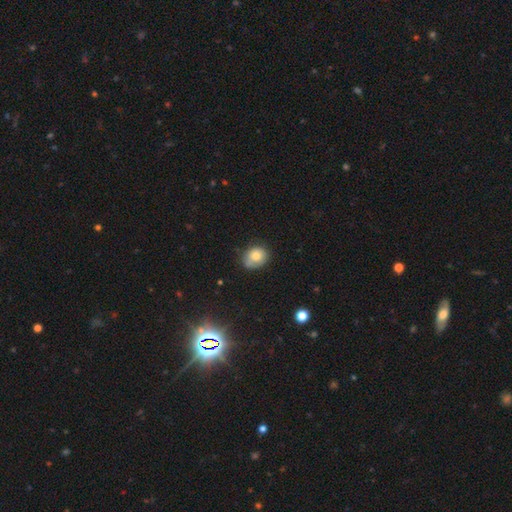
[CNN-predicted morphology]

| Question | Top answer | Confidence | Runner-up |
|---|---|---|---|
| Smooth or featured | smooth | 77% | featured or disk (14%) |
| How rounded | round | 55% | in between (44%) |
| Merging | none | 63% | minor disturbance (28%) |